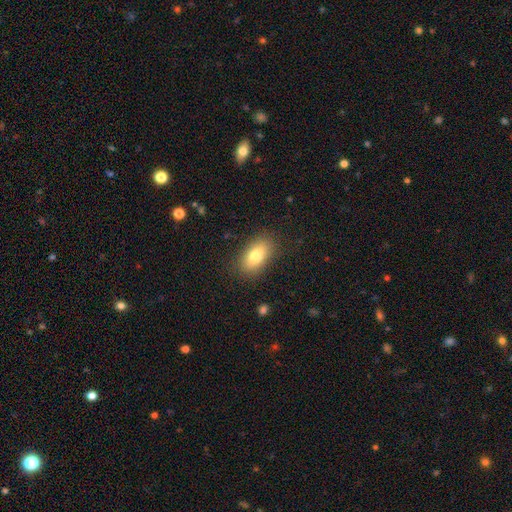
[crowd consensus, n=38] A smooth galaxy with no disk features (82%) that is in between round and cigar-shaped (94%).

Vote fractions:
- Smooth or featured? smooth: 82% / featured or disk: 16% / star or artifact: 3%
- How rounded? in between: 94% / round: 3% / cigar-shaped: 3%
- Merging? none: 84% / minor disturbance: 14% / major disturbance: 3% / merger: 0%